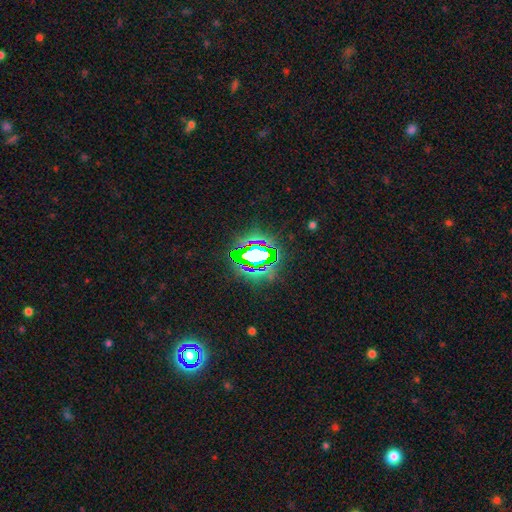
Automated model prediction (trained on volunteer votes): A star or artifact, not a galaxy (65%).

Vote fractions:
- Smooth or featured? star or artifact: 65% / smooth: 19% / featured or disk: 16%